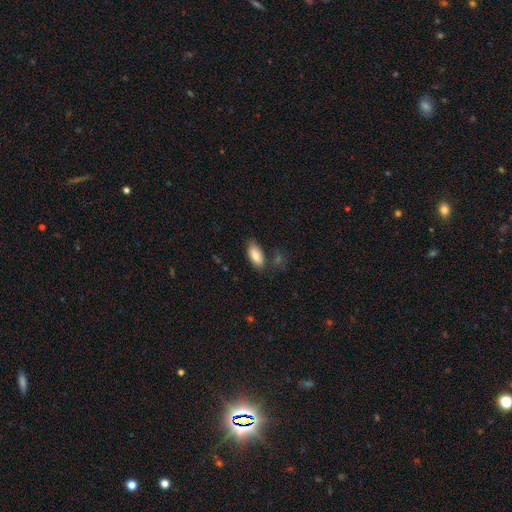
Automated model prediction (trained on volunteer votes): The model was most divided on "merging": none: 67%, minor disturbance: 20%, merger: 7%, major disturbance: 6%. More confident: how rounded — in between (90%); smooth or featured — smooth (82%).